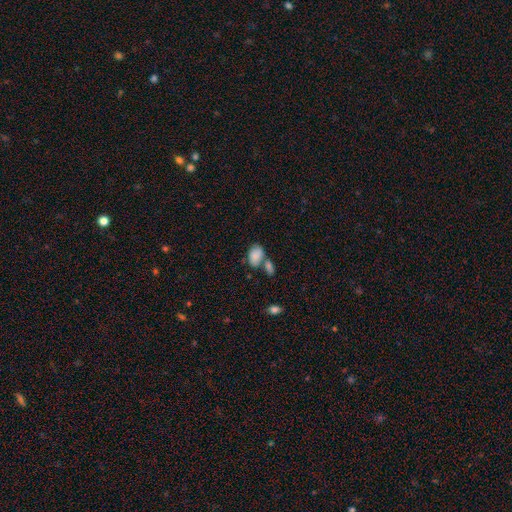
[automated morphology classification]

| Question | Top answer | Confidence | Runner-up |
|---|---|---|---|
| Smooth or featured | smooth | 83% | featured or disk (9%) |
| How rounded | in between | 90% | round (9%) |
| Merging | merger | 40% | none (38%) |